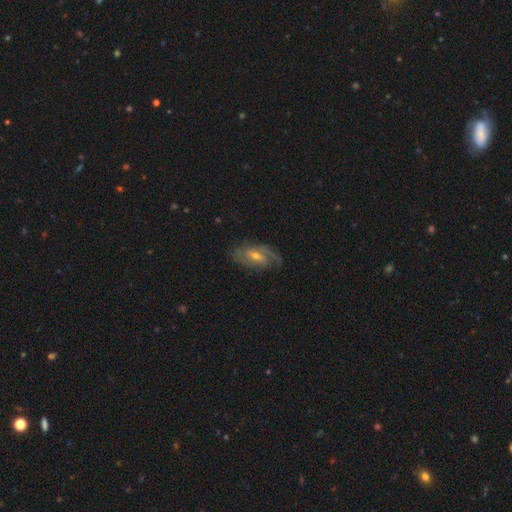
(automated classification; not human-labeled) The model was most divided on "bulge size": moderate: 49%, small: 46%, large: 2%, none: 2%, dominant: 1%. Remaining: edge-on disk — no (94%); spiral arms — yes (93%); smooth or featured — featured or disk (80%); merging — none (71%); spiral arm count — 2 (61%); bar — weak (49%); spiral winding — medium (44%).